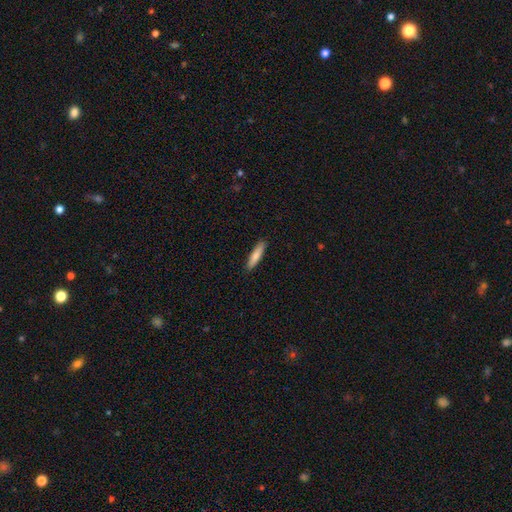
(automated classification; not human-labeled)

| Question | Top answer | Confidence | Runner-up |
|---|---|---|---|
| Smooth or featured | smooth | 82% | featured or disk (12%) |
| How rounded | cigar-shaped | 81% | in between (17%) |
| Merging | none | 90% | minor disturbance (7%) |